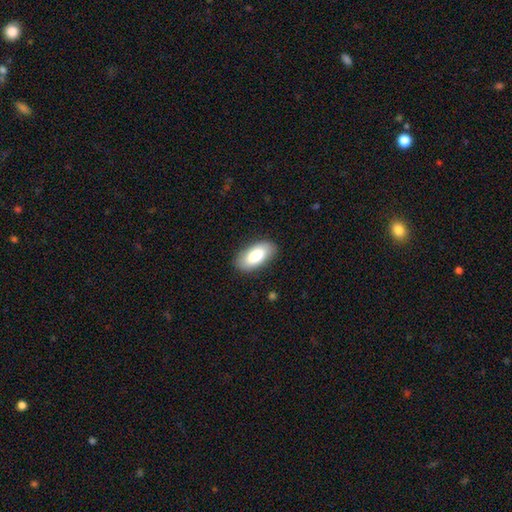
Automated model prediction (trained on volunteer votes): A smooth galaxy with no disk features (84%) that is in between round and cigar-shaped (94%). Merging: none (87%).